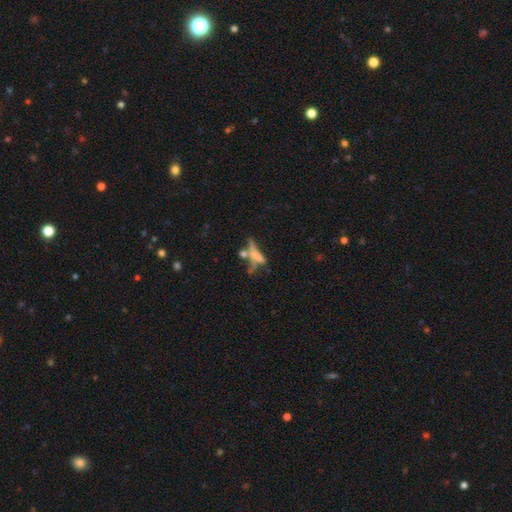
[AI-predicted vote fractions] A smooth galaxy with no disk features (44%).

Vote fractions:
- Smooth or featured? smooth: 44% / featured or disk: 41% / star or artifact: 15%
- Merging? merger: 36% / none: 30% / major disturbance: 20% / minor disturbance: 15%